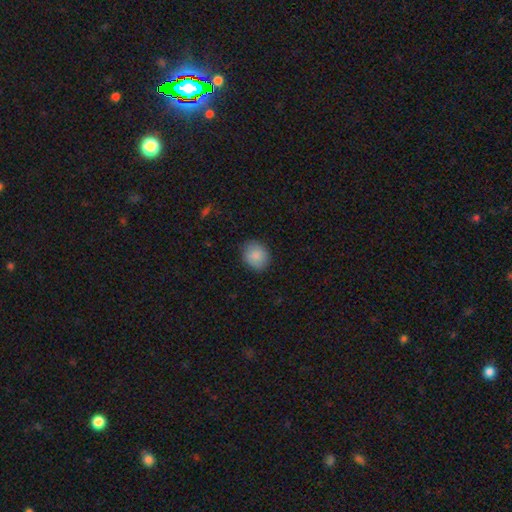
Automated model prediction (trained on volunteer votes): smooth-or-featured: smooth: 87% | star or artifact: 7% | featured or disk: 6%
  how-rounded: round: 60% | in between: 39% | cigar-shaped: 1%
  merging: none: 85% | minor disturbance: 12% | major disturbance: 3% | merger: 1%